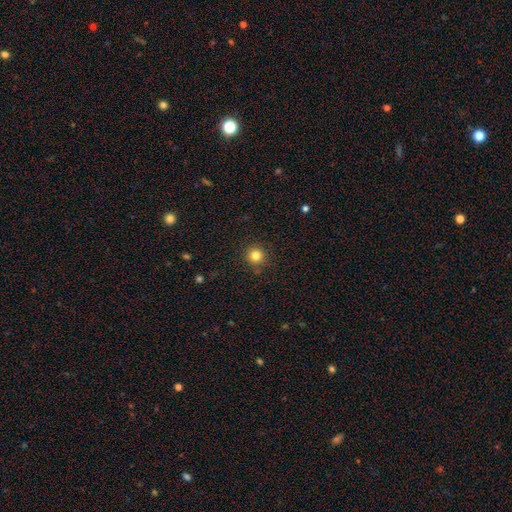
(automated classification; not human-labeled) This is clearly a smooth galaxy (82%). How rounded: clearly round (95%). Merging: clearly none (90%).